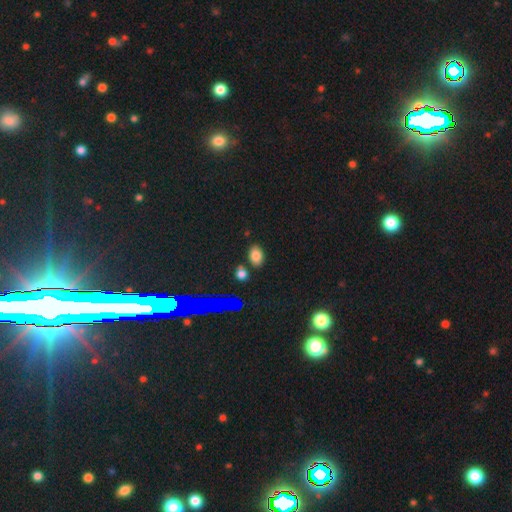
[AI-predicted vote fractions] smooth 77%, star or artifact 15%, featured or disk 7%. Down the decision tree: how rounded — in between (83%); merging — none (79%).